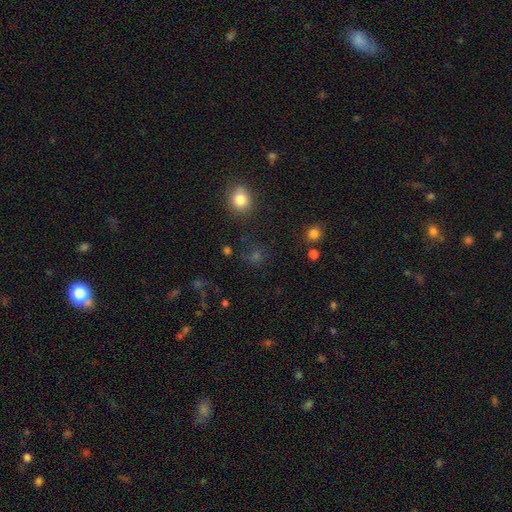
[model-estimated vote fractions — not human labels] Overall: smooth (49%; star or artifact 41%). Merging: none (77%).